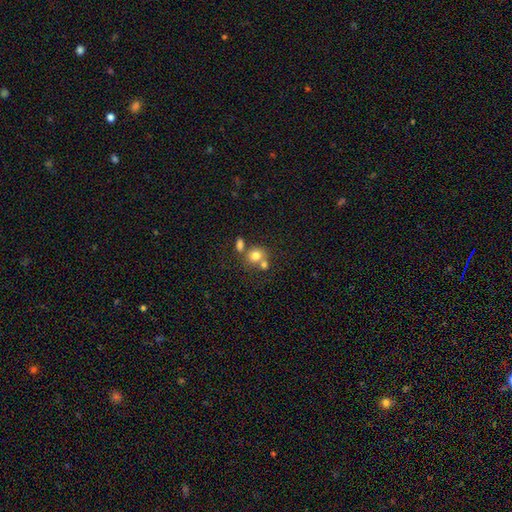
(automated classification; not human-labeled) Smooth or featured: smooth — 77% (star or artifact — 12%)
How rounded: round — 72% (in between — 27%)
Merging: none — 49% (merger — 37%)